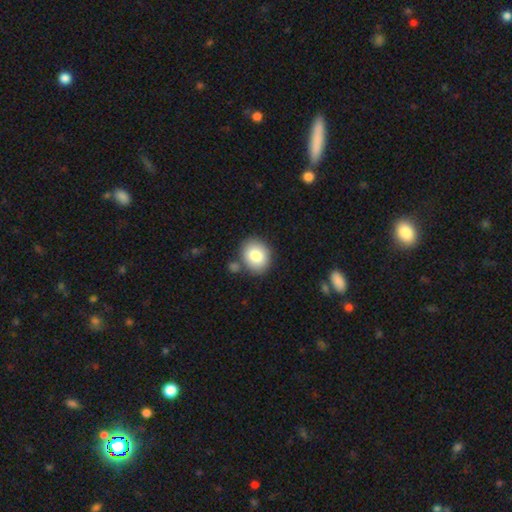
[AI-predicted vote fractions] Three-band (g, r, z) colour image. It shows a smooth galaxy with no disk features (82%) that is round (53%). Merging: none (77%).